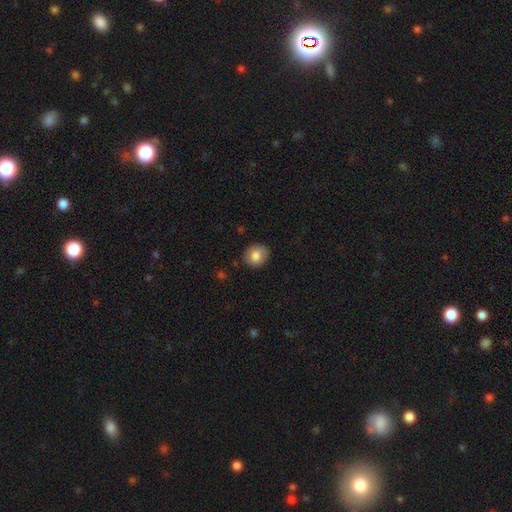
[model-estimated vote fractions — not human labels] Smooth or featured?
  - smooth: 81% *
  - featured or disk: 11%
  - star or artifact: 8%
How rounded?
  - round: 78% *
  - in between: 21%
  - cigar-shaped: 1%
Merging?
  - none: 87% *
  - minor disturbance: 10%
  - major disturbance: 2%
  - merger: 1%